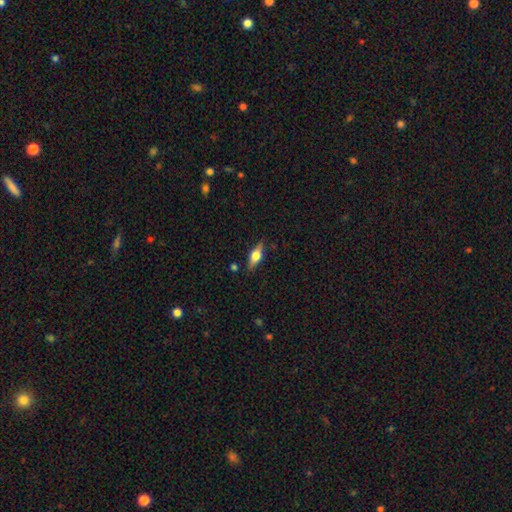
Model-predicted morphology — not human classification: type=featured or disk (49%); merging=none (83%).